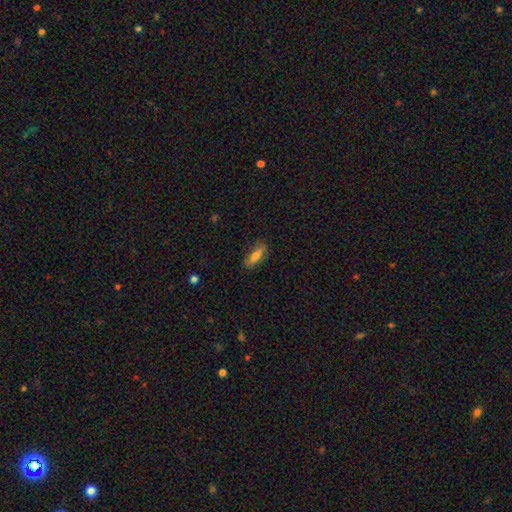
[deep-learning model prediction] smooth 71%, featured or disk 22%, star or artifact 7%. Down the decision tree: how rounded — in between (55%); merging — none (80%).